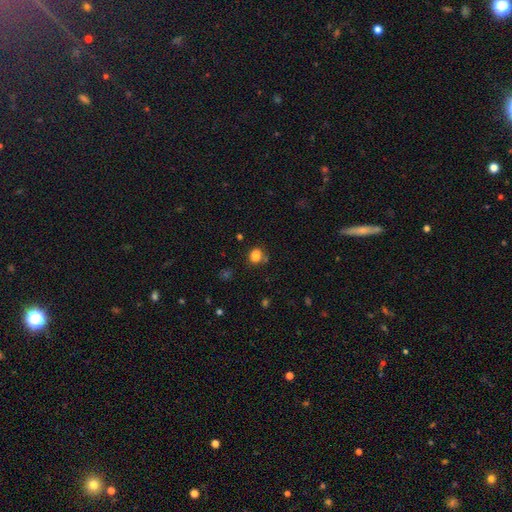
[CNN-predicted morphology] smooth_or_featured: smooth (p=0.82) [alt: star or artifact p=0.12]
how_rounded: round (p=0.64) [alt: in between p=0.35]
merging: none (p=0.69) [alt: minor disturbance p=0.15]